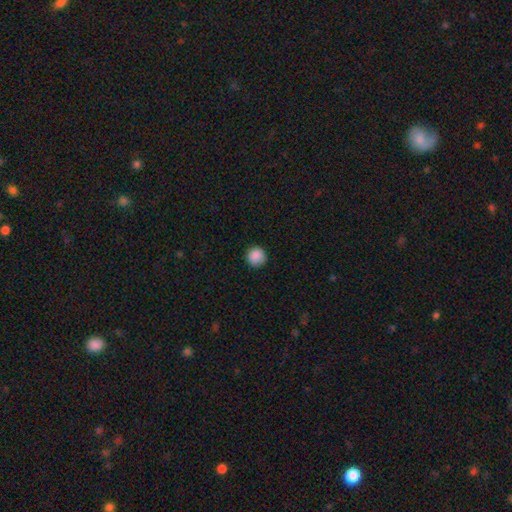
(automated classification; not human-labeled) smooth-or-featured: smooth: 88% | star or artifact: 9% | featured or disk: 3%
  how-rounded: round: 94% | in between: 5% | cigar-shaped: 1%
  merging: none: 90% | minor disturbance: 7% | major disturbance: 2% | merger: 1%